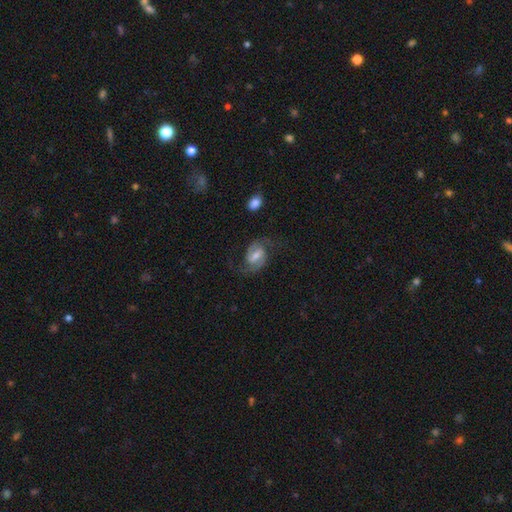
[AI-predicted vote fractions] This is clearly a featured or disk galaxy (85%). It is clearly not viewed edge-on (97%). Bar: possibly weak (53%). Spiral arm pattern: clearly yes (97%). Spiral arm count: clearly 2 (93%). Spiral winding: possibly medium (54%). Central bulge: possibly moderate (52%). Merging: likely none (73%).